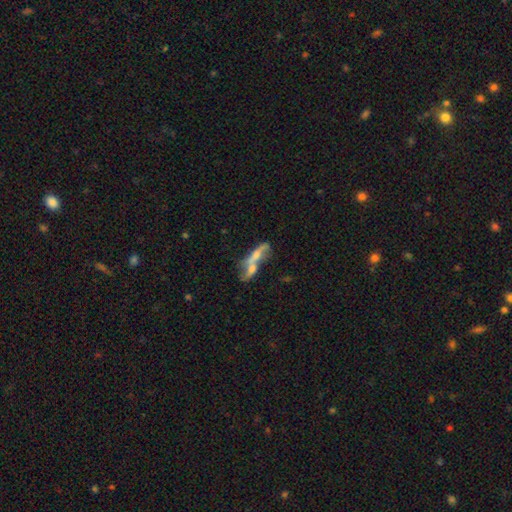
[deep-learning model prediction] A featured or disk galaxy (50%).

Vote fractions:
- Smooth or featured? featured or disk: 50% / smooth: 39% / star or artifact: 11%
- Merging? merger: 56% / none: 22% / major disturbance: 12% / minor disturbance: 10%